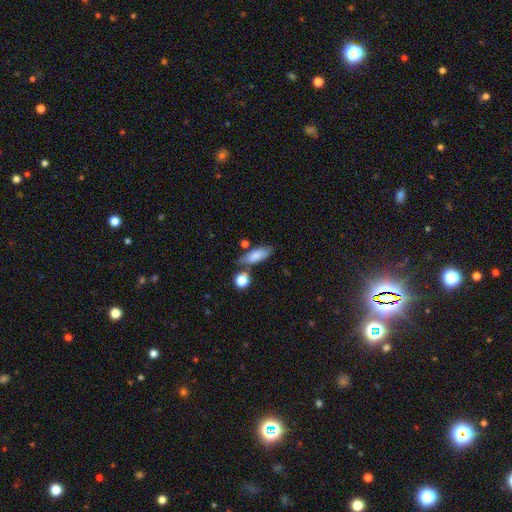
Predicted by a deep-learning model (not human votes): Smooth or featured? smooth (81%)
How rounded? in between (71%)
Merging? none (64%)